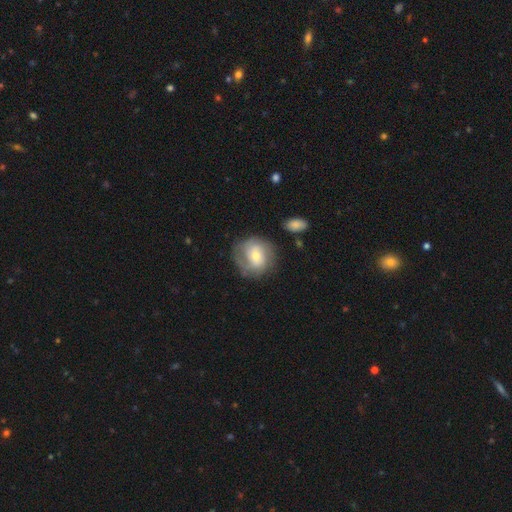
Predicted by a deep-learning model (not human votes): This is possibly a featured or disk galaxy (54%). It is clearly not viewed edge-on (97%). Bar: possibly no (55%). Spiral arm pattern: likely yes (79%). Central bulge: possibly moderate (55%). Merging: likely none (71%).